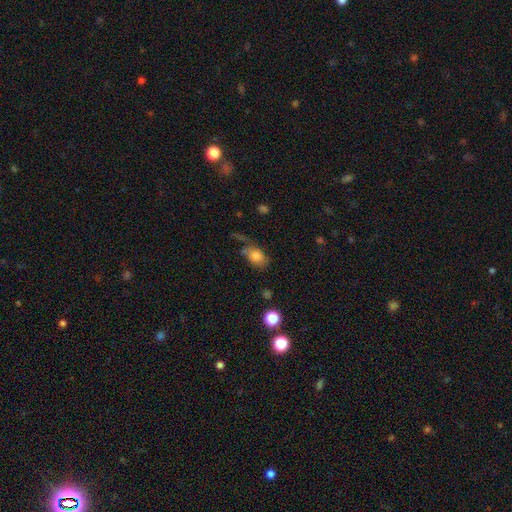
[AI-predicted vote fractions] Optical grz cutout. It shows a smooth galaxy with no disk features (76%) that is in between round and cigar-shaped (81%). Merging: none (46%).